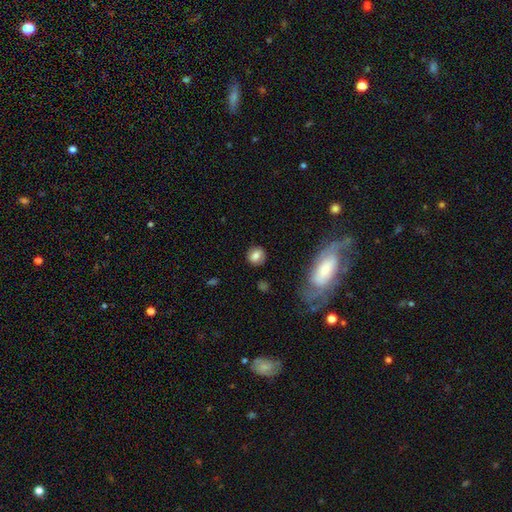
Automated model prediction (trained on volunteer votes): A smooth galaxy with no disk features (75%) that is round (72%). Merging: none (83%).